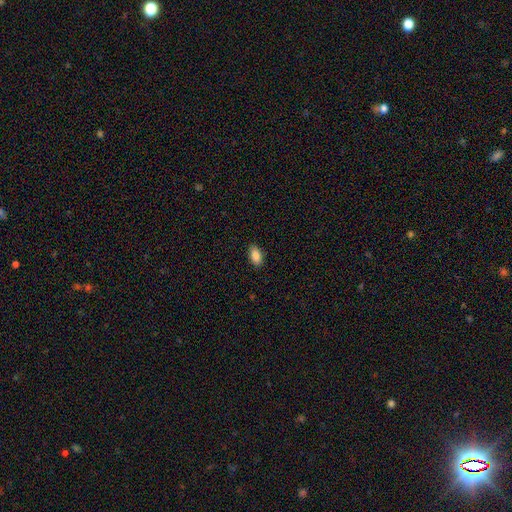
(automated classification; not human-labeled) smooth 86%, star or artifact 8%, featured or disk 6%. Down the decision tree: how rounded — in between (92%); merging — none (88%).